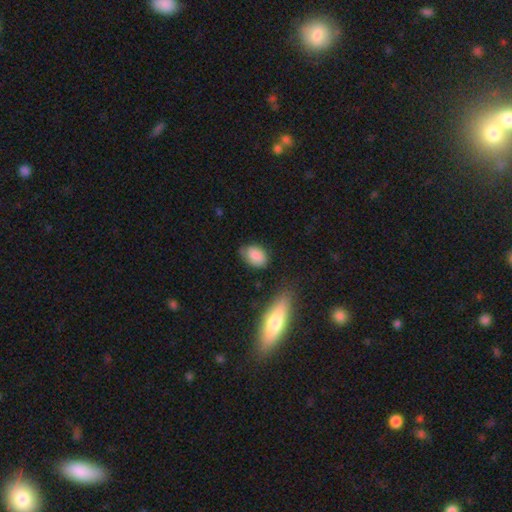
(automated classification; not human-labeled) This is clearly a smooth galaxy (85%). How rounded: clearly in between (86%). Merging: likely none (62%).